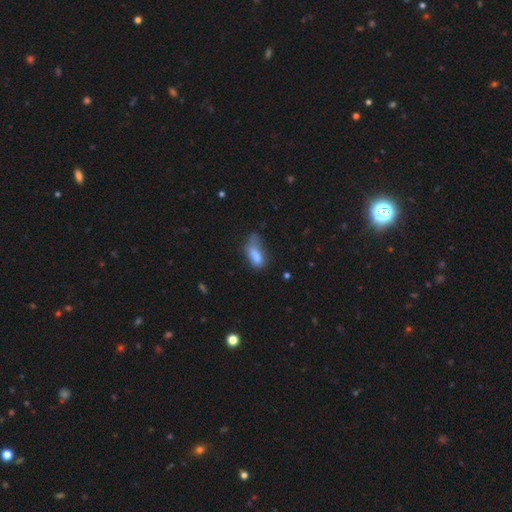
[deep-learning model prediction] Smooth or featured: smooth — 74% (featured or disk — 15%)
How rounded: in between — 80% (cigar-shaped — 16%)
Merging: major disturbance — 37% (minor disturbance — 32%)